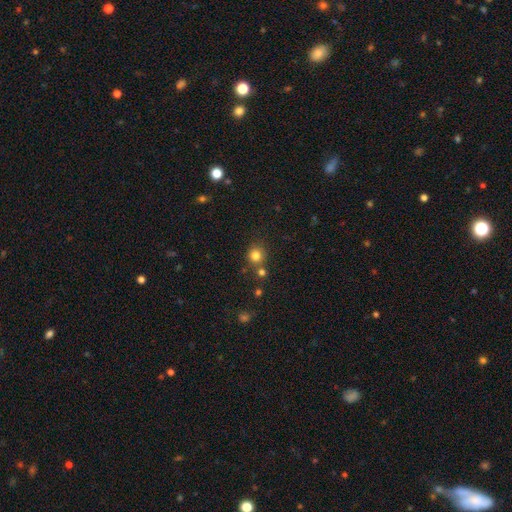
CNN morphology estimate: Smooth or featured: smooth — 80% (star or artifact — 14%)
How rounded: round — 89% (in between — 10%)
Merging: none — 74% (merger — 15%)